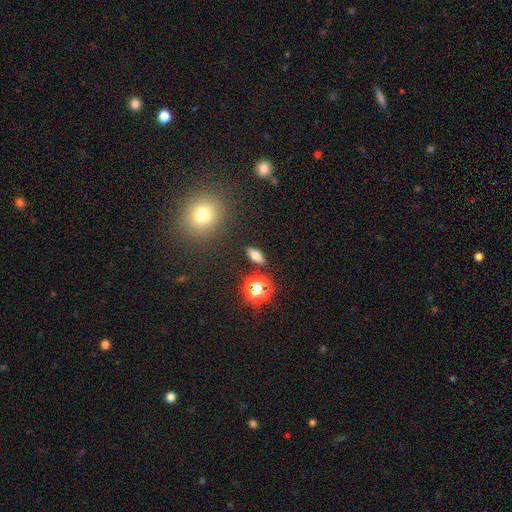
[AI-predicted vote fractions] The model was most divided on "how rounded": in between: 62%, cigar-shaped: 27%, round: 12%. More confident: merging — none (87%); smooth or featured — smooth (66%).